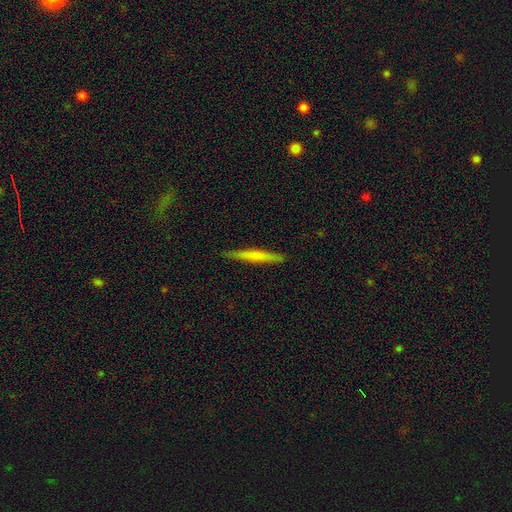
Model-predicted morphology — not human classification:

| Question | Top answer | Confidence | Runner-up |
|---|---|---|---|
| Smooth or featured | smooth | 60% | featured or disk (34%) |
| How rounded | cigar-shaped | 96% | in between (3%) |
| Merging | none | 90% | minor disturbance (7%) |